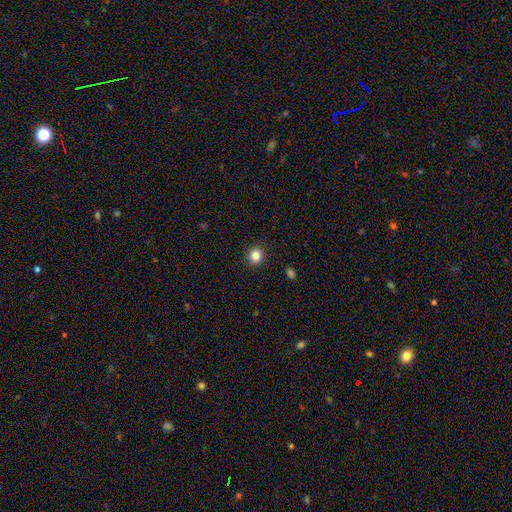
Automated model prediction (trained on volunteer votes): A smooth galaxy with no disk features (84%) that is round (82%).

Vote fractions:
- Smooth or featured? smooth: 84% / star or artifact: 11% / featured or disk: 5%
- How rounded? round: 82% / in between: 17% / cigar-shaped: 1%
- Merging? none: 91% / minor disturbance: 6% / major disturbance: 2% / merger: 1%